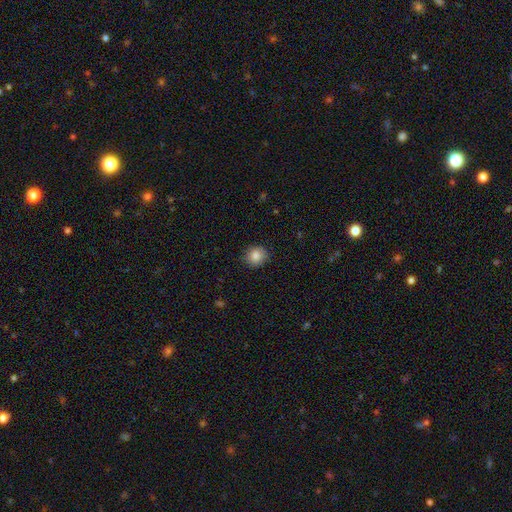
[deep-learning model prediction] A smooth galaxy with no disk features (85%) that is round (82%).

Vote fractions:
- Smooth or featured? smooth: 85% / star or artifact: 9% / featured or disk: 6%
- How rounded? round: 82% / in between: 17% / cigar-shaped: 1%
- Merging? none: 88% / minor disturbance: 9% / major disturbance: 2% / merger: 1%